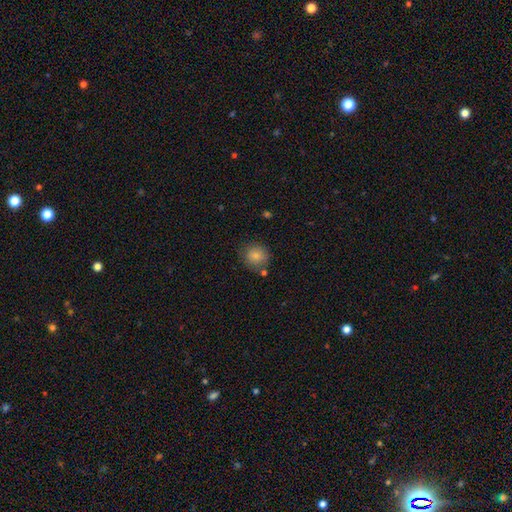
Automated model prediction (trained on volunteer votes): Smooth or featured?
  - smooth: 82% *
  - star or artifact: 10%
  - featured or disk: 9%
How rounded?
  - round: 84% *
  - in between: 15%
  - cigar-shaped: 1%
Merging?
  - none: 73% *
  - minor disturbance: 15%
  - merger: 7%
  - major disturbance: 5%